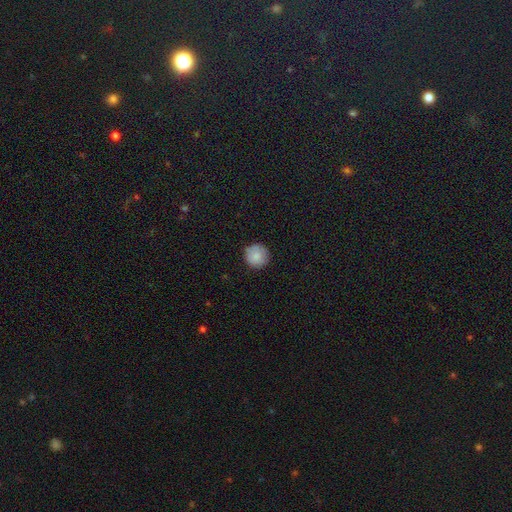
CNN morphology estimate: smooth 86%, star or artifact 8%, featured or disk 6%. Down the decision tree: how rounded — round (95%); merging — none (85%).